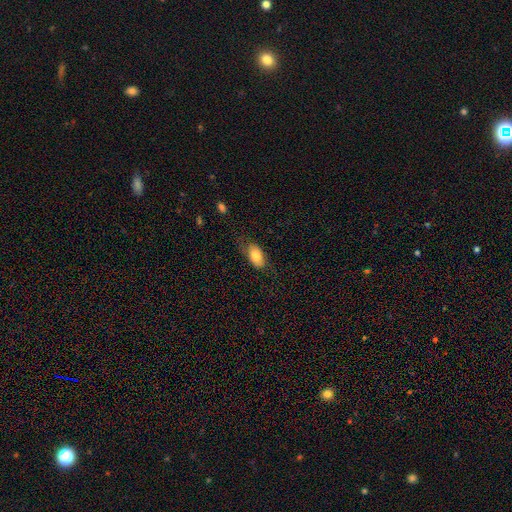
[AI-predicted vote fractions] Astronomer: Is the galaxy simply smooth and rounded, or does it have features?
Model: smooth — 77%.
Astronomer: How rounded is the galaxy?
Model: in between — 93%.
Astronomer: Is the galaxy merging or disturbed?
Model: none — 61%.